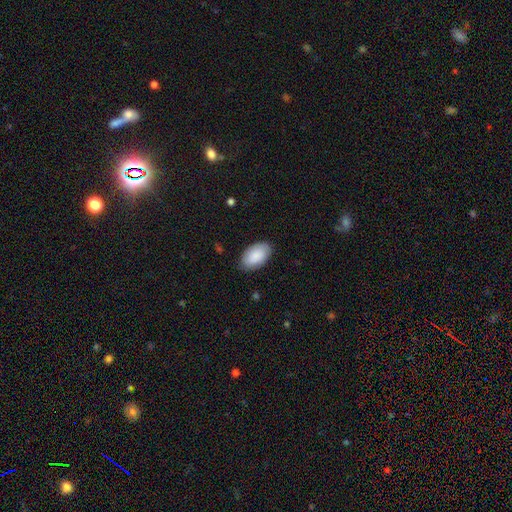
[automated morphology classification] Q: Smooth or featured?
A: smooth (86%); runner-up: featured or disk (8%)
Q: How rounded?
A: in between (95%); runner-up: round (4%)
Q: Merging?
A: none (84%); runner-up: minor disturbance (12%)